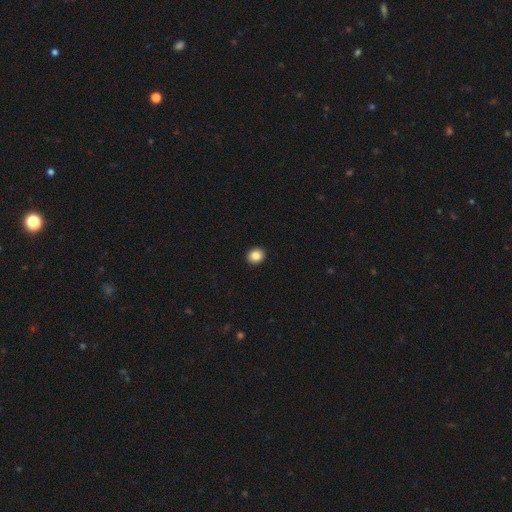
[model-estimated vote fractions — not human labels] smooth 86%, star or artifact 9%, featured or disk 4%. Down the decision tree: how rounded — round (75%); merging — none (93%).